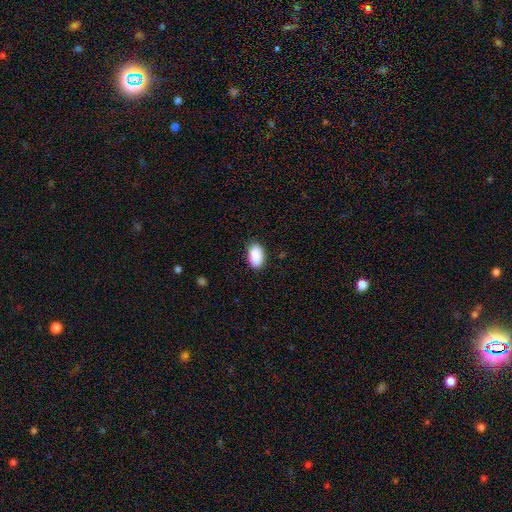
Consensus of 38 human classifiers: Smooth or featured? smooth (95%)
How rounded? in between (92%)
Merging? none (81%)